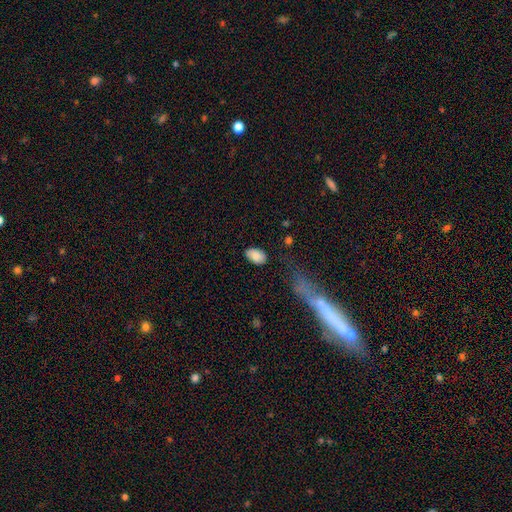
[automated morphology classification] Q: Smooth or featured?
A: smooth (85%); runner-up: featured or disk (8%)
Q: How rounded?
A: in between (90%); runner-up: round (8%)
Q: Merging?
A: none (77%); runner-up: minor disturbance (17%)